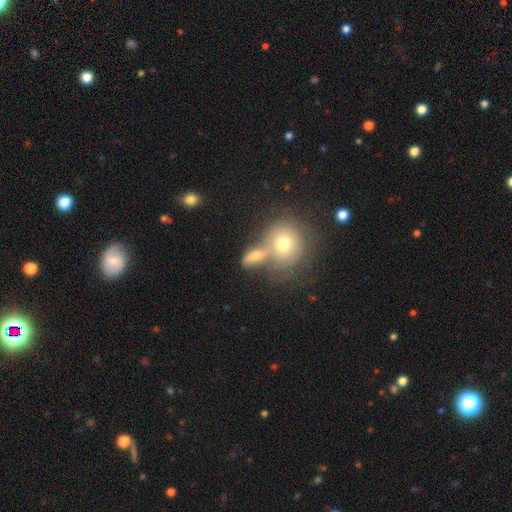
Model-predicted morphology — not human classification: This appears to be a smooth galaxy with no disk features (65%) that is in between round and cigar-shaped (57%). Merging: merger (52%).